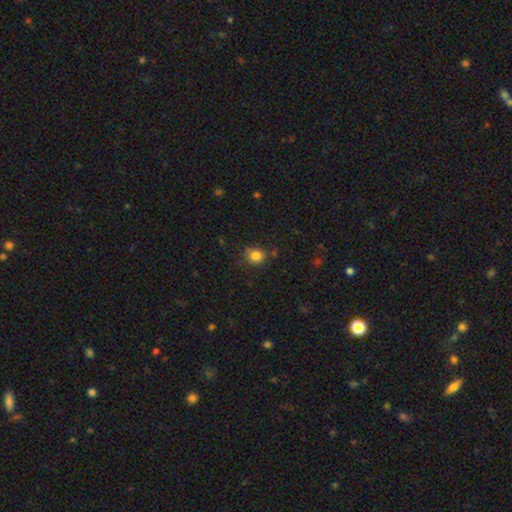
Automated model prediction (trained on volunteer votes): smooth 82%, star or artifact 12%, featured or disk 6%. Down the decision tree: how rounded — round (81%); merging — none (80%).